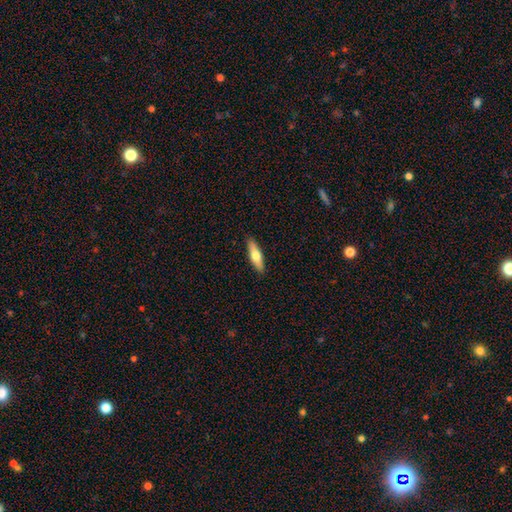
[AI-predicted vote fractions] Morphology: type=smooth (56%); roundness=cigar-shaped (64%); merging=none (90%).